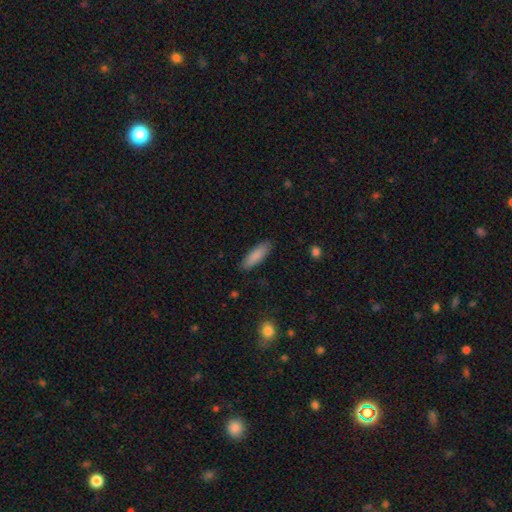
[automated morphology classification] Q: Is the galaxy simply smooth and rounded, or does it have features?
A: smooth — 87%.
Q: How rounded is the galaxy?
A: in between — 52%.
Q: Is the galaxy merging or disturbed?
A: none — 88%.